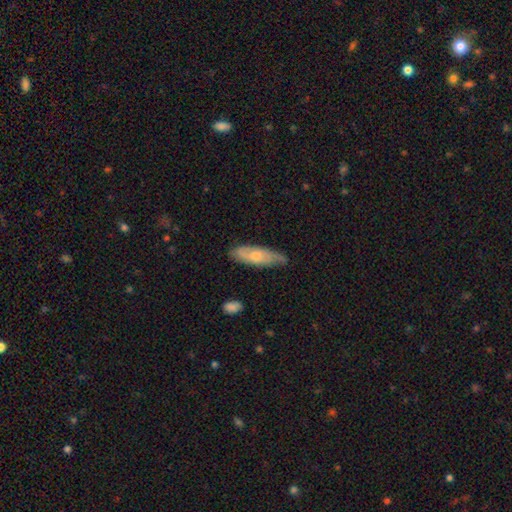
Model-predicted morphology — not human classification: Smooth or featured? smooth (48%)
Merging? none (68%)